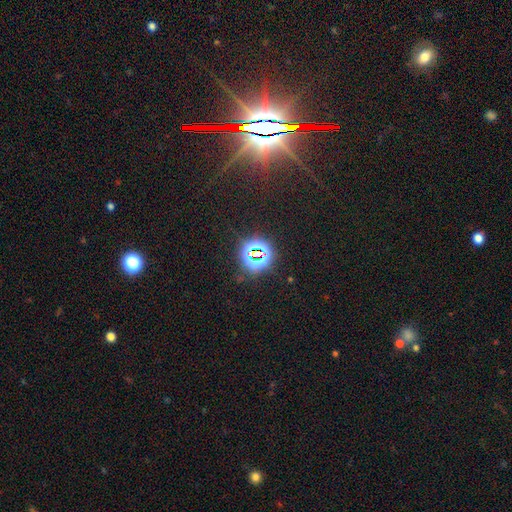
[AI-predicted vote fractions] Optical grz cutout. It shows a star or artifact, not a galaxy (75%).